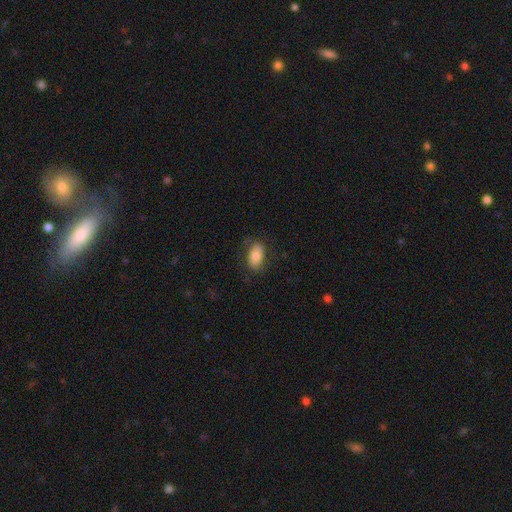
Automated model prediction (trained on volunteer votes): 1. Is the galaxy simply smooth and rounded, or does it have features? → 77% smooth, 15% featured or disk, 7% star or artifact.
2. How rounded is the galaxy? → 91% in between, 6% round, 2% cigar-shaped.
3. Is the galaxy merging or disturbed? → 76% none, 16% minor disturbance, 6% major disturbance, 1% merger.